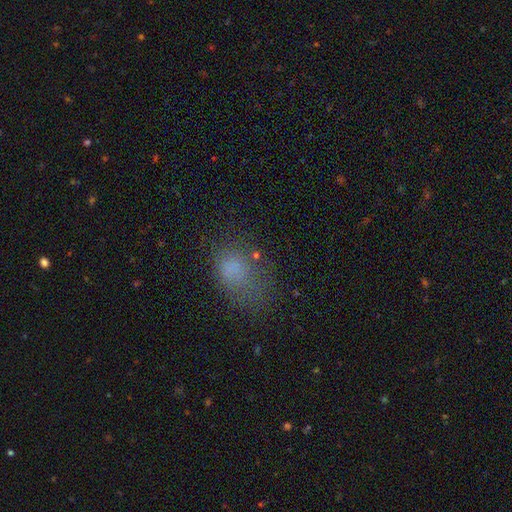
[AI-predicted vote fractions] A smooth galaxy with no disk features (64%) that is in between round and cigar-shaped (72%). Merging: none (45%).